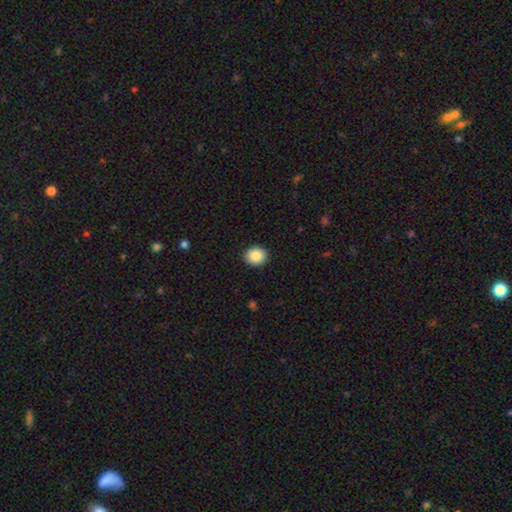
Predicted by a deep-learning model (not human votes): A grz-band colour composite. It shows a smooth galaxy with no disk features (88%) that is round (79%). Merging: none (92%).